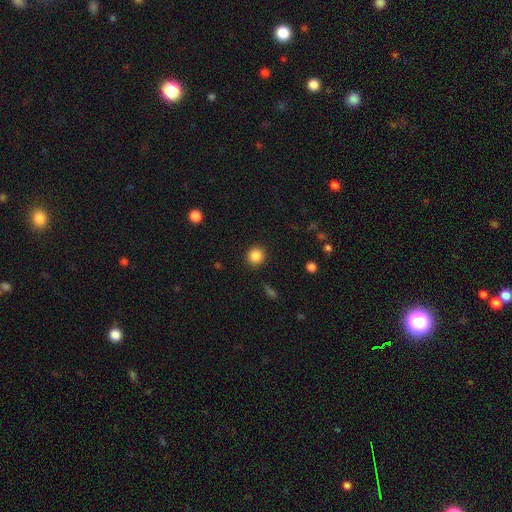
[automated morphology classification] Smooth or featured? smooth (86%)
How rounded? round (91%)
Merging? none (91%)